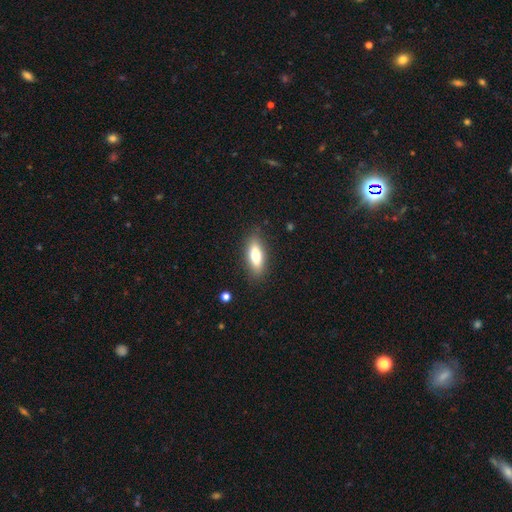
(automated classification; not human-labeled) smooth_or_featured: smooth (p=0.73) [alt: featured or disk p=0.20]
how_rounded: in between (p=0.66) [alt: cigar-shaped p=0.32]
merging: none (p=0.85) [alt: minor disturbance p=0.11]